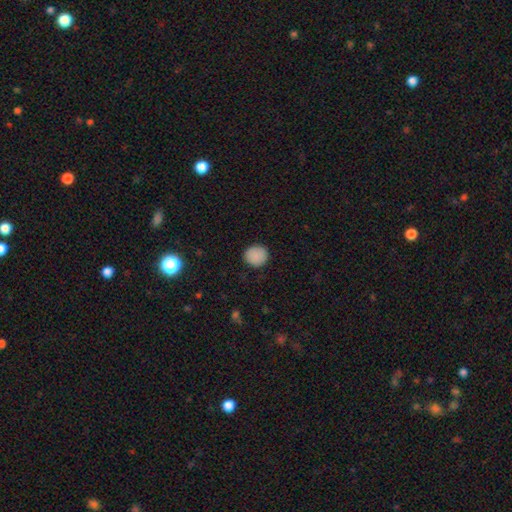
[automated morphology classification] Overall: smooth (88%). How rounded: round (90%). Merging: none (90%).